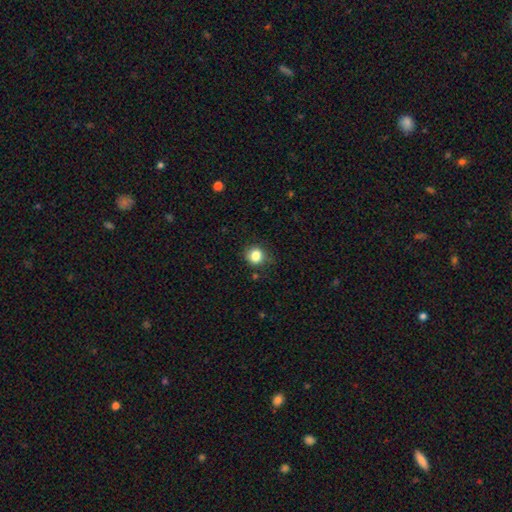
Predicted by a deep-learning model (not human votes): Overall: smooth (83%). How rounded: round (85%). Merging: none (81%).